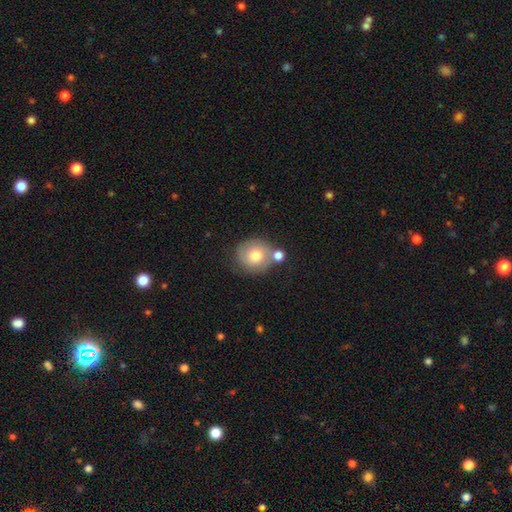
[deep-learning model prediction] This appears to be a smooth galaxy with no disk features (66%) that is round (86%). Merging: none (54%).